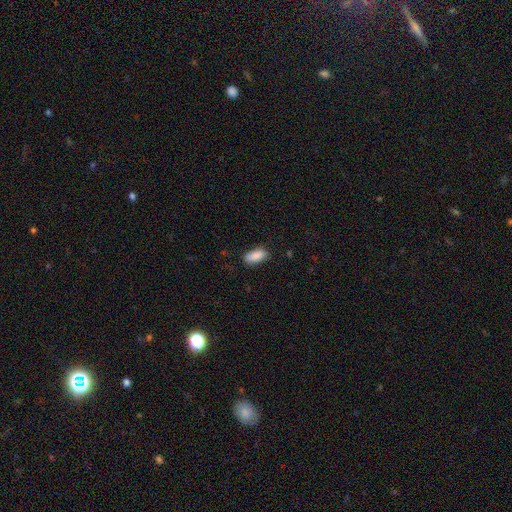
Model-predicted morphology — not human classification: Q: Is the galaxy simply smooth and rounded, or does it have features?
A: smooth — 89%.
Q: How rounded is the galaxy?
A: in between — 85%.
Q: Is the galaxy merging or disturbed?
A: none — 83%.